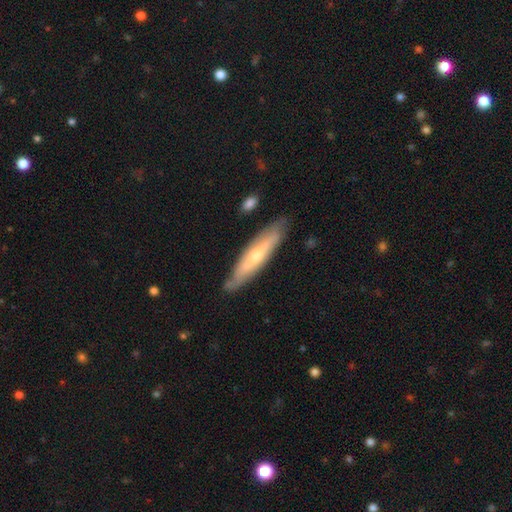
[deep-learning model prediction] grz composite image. It shows a featured or disk galaxy (54%) viewed edge-on (63%). Merging: none (79%).